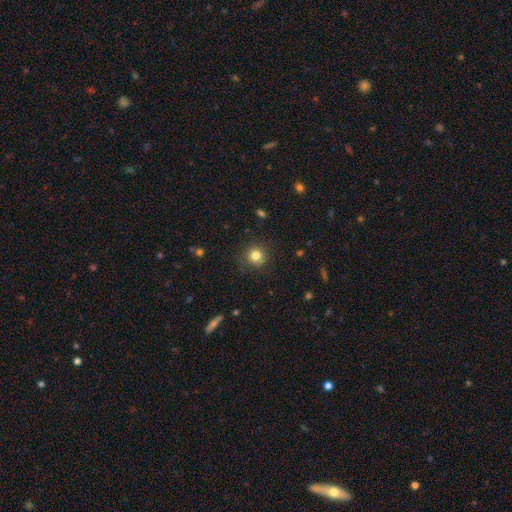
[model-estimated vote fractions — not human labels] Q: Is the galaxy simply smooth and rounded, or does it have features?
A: smooth — 82%.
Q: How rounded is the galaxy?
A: round — 93%.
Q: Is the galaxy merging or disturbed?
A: none — 88%.